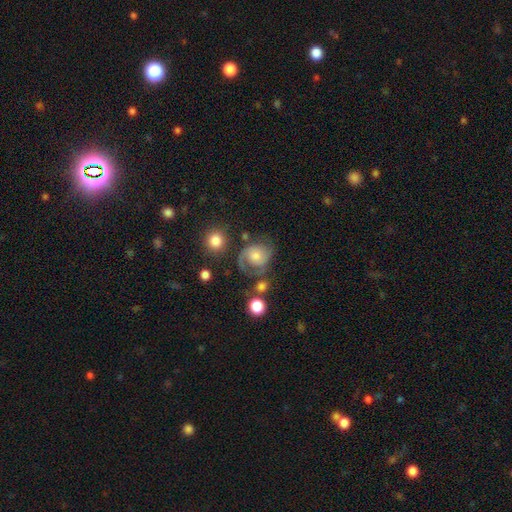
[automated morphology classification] Smooth or featured? Predicted: featured or disk (p=0.70). Edge-on disk? Predicted: no (p=0.98). Bar? Predicted: no (p=0.70). Spiral arms? Predicted: yes (p=0.92). Spiral winding? Predicted: medium (p=0.47). Spiral arm count? Predicted: 2 (p=0.77). Bulge size? Predicted: moderate (p=0.49). Merging? Predicted: none (p=0.53).